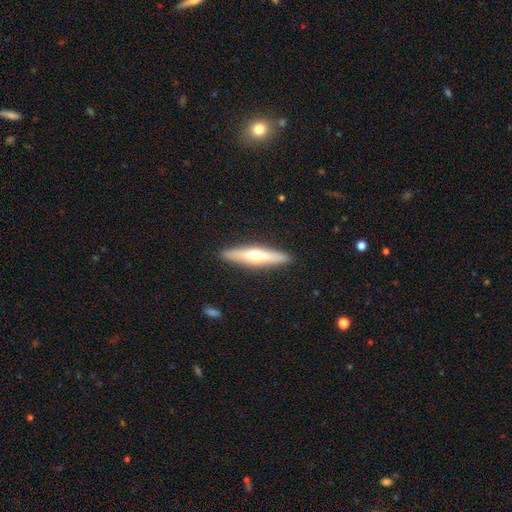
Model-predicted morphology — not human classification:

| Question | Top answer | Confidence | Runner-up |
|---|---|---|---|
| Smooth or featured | featured or disk | 54% | smooth (40%) |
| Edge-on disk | yes | 93% | no (7%) |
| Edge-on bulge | rounded | 89% | none (8%) |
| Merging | none | 90% | minor disturbance (7%) |